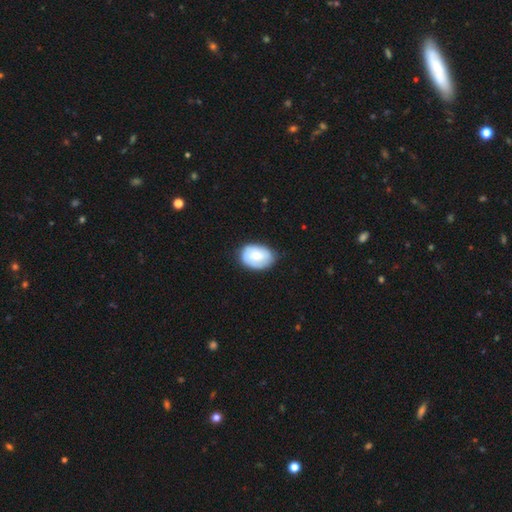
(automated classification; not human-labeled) Q: Smooth or featured?
A: smooth (72%); runner-up: featured or disk (22%)
Q: How rounded?
A: in between (78%); runner-up: round (22%)
Q: Merging?
A: none (70%); runner-up: minor disturbance (24%)